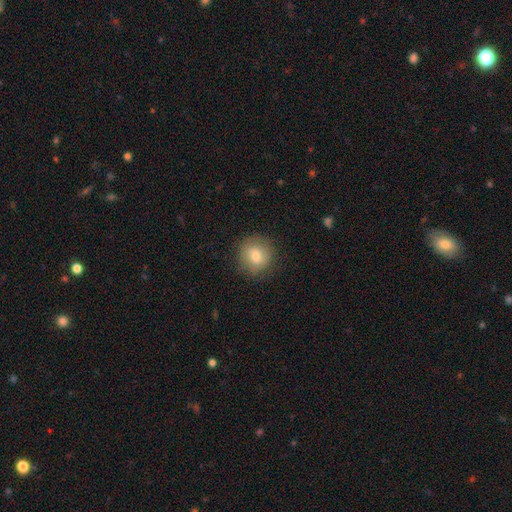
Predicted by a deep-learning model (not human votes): Morphology: type=smooth (75%); roundness=round (86%); merging=none (84%).